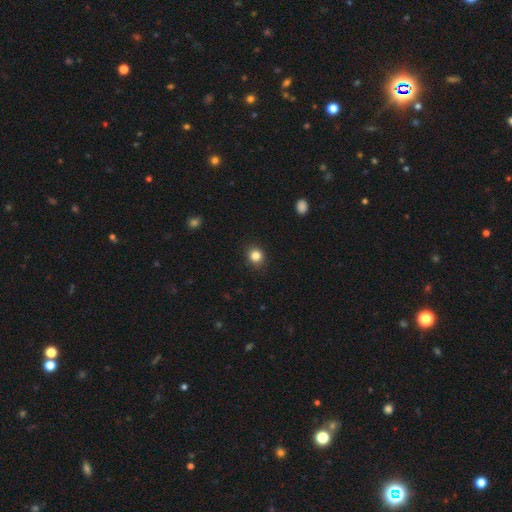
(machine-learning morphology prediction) smooth 84%, star or artifact 11%, featured or disk 4%. Down the decision tree: how rounded — round (82%); merging — none (89%).